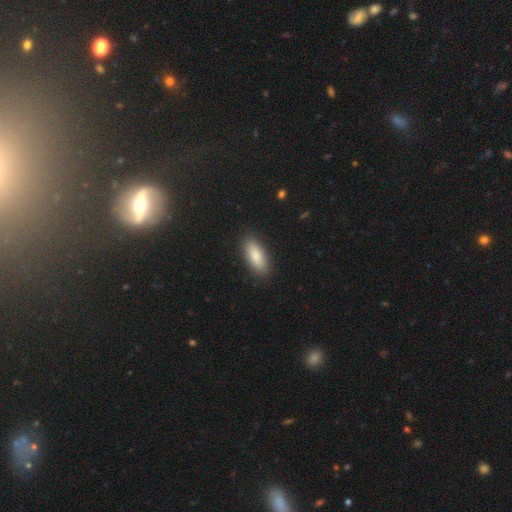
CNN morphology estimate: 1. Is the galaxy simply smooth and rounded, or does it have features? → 86% smooth, 8% featured or disk, 6% star or artifact.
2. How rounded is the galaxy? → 78% in between, 20% cigar-shaped, 2% round.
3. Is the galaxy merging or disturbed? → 88% none, 8% minor disturbance, 2% major disturbance, 1% merger.